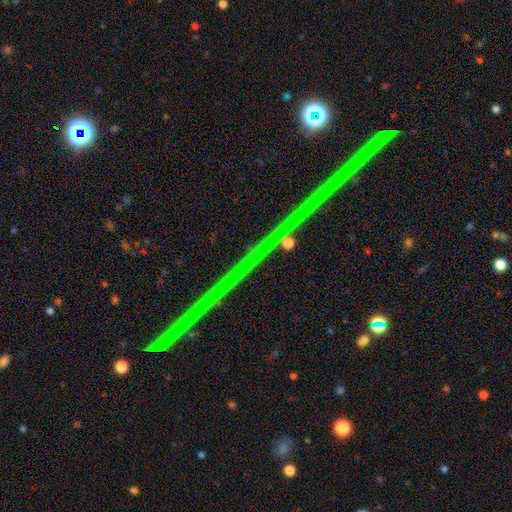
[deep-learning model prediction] Morphology: type=star or artifact (81%).